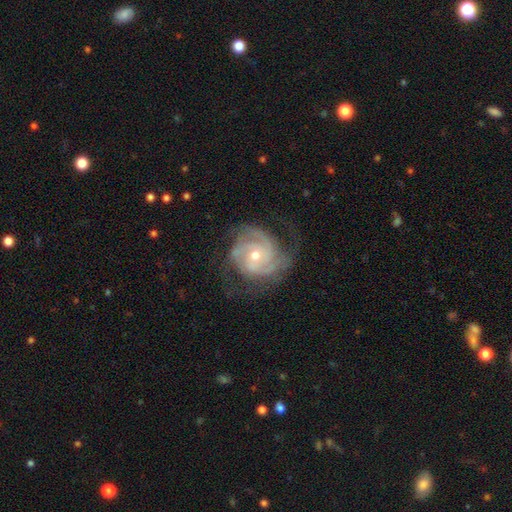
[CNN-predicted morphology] Smooth or featured? featured or disk (90%)
Edge-on disk? no (98%)
Bar? no (71%)
Spiral arms? yes (98%)
Spiral winding? tight (62%)
Spiral arm count? 3 (45%)
Bulge size? small (55%)
Merging? none (69%)